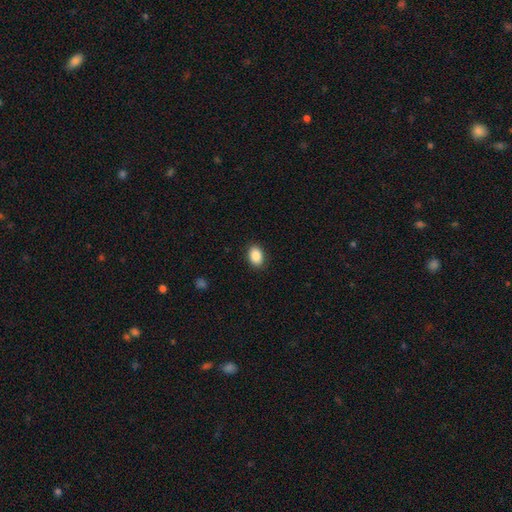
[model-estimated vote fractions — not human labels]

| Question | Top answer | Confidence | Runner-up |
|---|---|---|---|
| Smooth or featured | smooth | 89% | star or artifact (8%) |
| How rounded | in between | 81% | round (18%) |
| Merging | none | 89% | minor disturbance (8%) |